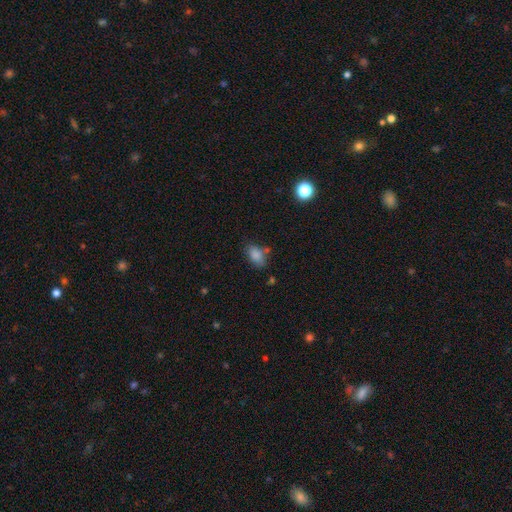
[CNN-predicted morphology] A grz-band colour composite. It shows a smooth galaxy with no disk features (84%) that is in between round and cigar-shaped (87%). Merging: none (67%).